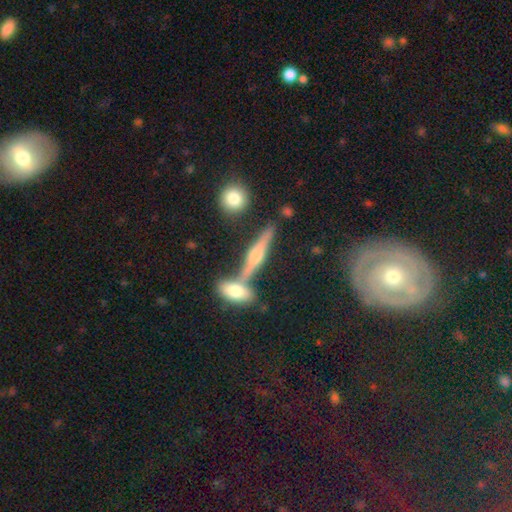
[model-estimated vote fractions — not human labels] This appears to be a featured or disk galaxy (66%) viewed edge-on (94%) with a rounded central bulge (86%). Merging: none (67%).